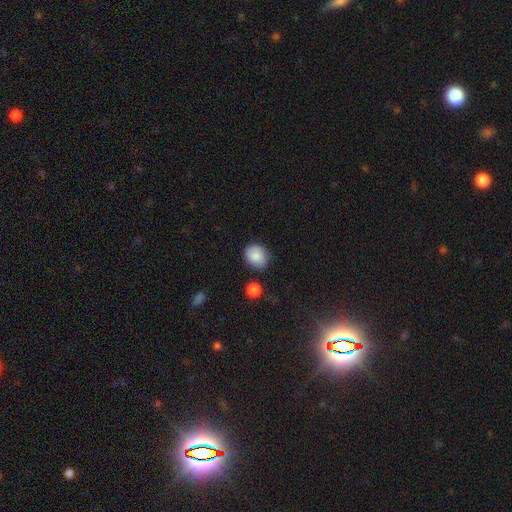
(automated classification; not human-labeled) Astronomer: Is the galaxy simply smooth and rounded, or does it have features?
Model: smooth — 86%.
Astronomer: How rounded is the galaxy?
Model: round — 59% (runner-up: in between, 41%).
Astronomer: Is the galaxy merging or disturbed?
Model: none — 76%.